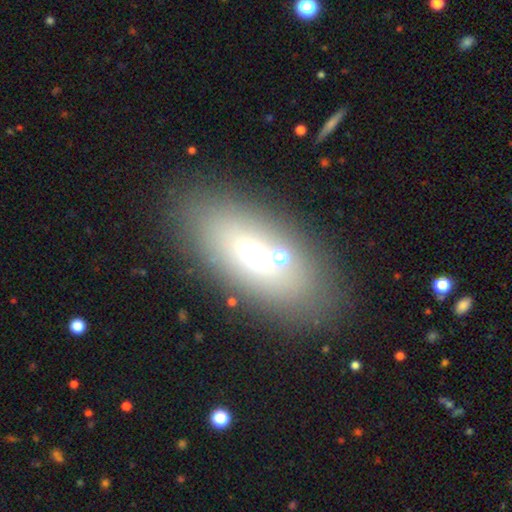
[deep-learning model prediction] smooth 56%, featured or disk 28%, star or artifact 16%. Down the decision tree: how rounded — in between (81%); merging — none (71%).